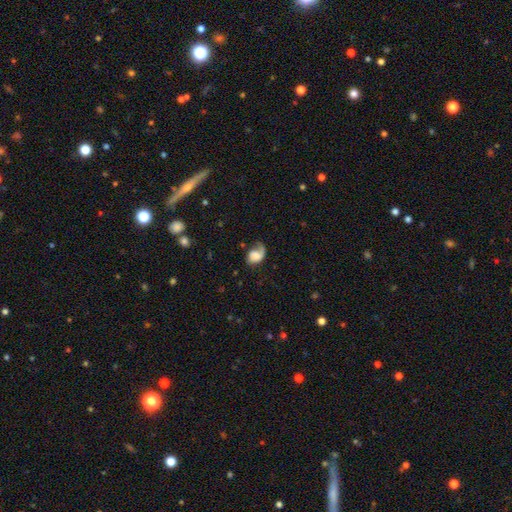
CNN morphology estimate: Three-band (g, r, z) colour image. It shows a featured or disk galaxy (49%). Merging: none (39%).